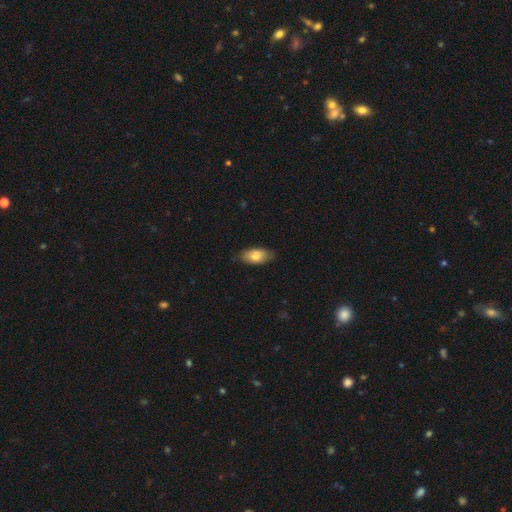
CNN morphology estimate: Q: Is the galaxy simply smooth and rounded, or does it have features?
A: smooth — 79%.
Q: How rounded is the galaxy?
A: in between — 92%.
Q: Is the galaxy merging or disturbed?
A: none — 82%.